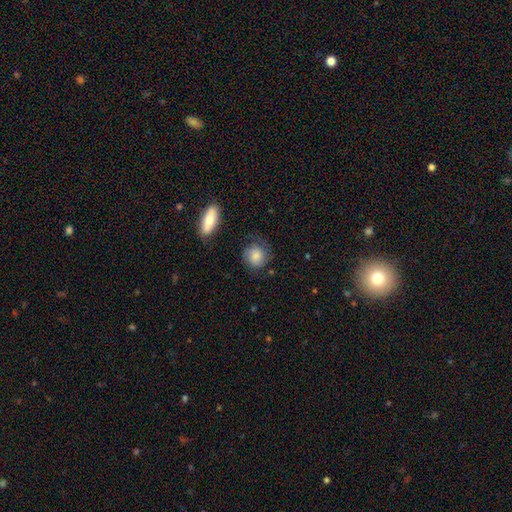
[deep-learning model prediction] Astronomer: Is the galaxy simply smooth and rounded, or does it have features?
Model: smooth — 74%.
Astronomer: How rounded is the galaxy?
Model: round — 79%.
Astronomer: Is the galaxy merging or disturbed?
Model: none — 68%.